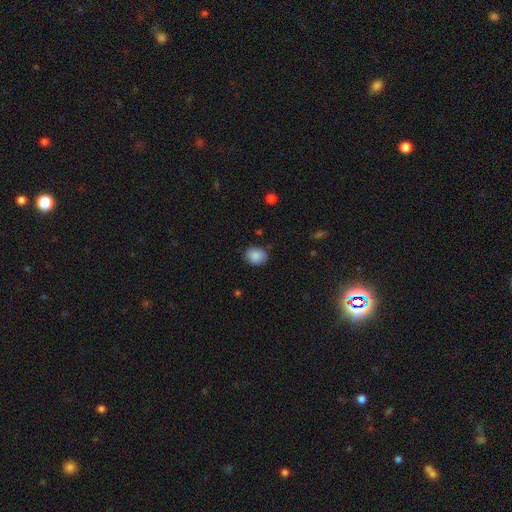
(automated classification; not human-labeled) A smooth galaxy with no disk features (87%) that is round (57%).

Vote fractions:
- Smooth or featured? smooth: 87% / star or artifact: 8% / featured or disk: 5%
- How rounded? round: 57% / in between: 42% / cigar-shaped: 1%
- Merging? none: 82% / minor disturbance: 14% / major disturbance: 3% / merger: 2%